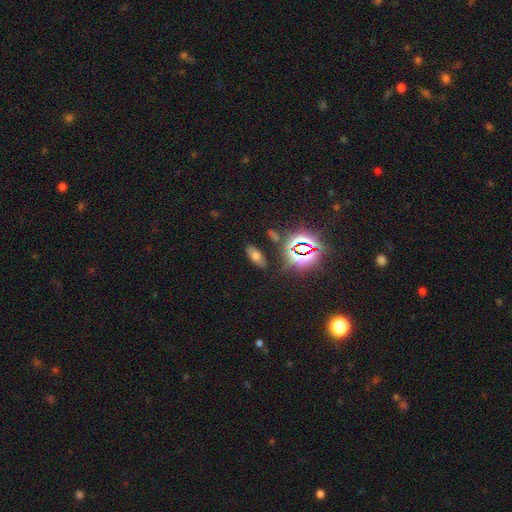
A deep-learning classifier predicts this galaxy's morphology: smooth-or-featured: smooth: 54% | star or artifact: 31% | featured or disk: 15%
  how-rounded: in between: 82% | cigar-shaped: 12% | round: 6%
  merging: none: 83% | minor disturbance: 10% | major disturbance: 3% | merger: 3%